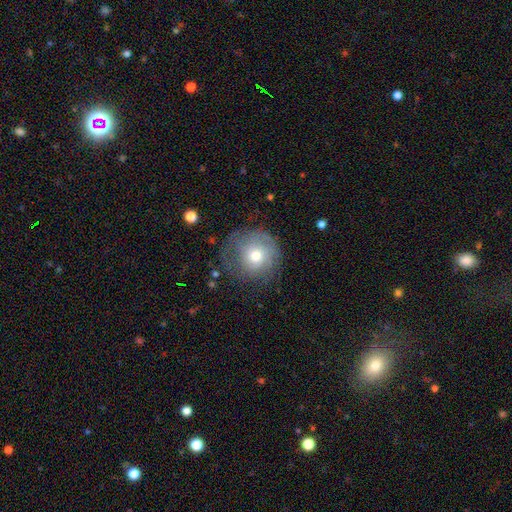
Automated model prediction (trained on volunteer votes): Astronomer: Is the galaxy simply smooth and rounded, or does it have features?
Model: smooth — 48% (runner-up: featured or disk, 43%).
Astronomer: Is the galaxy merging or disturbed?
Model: none — 61%.